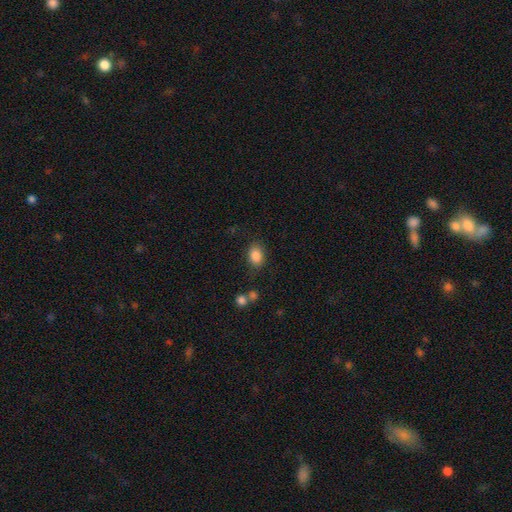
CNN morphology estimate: Q: Smooth or featured?
A: smooth (86%); runner-up: star or artifact (9%)
Q: How rounded?
A: in between (73%); runner-up: round (26%)
Q: Merging?
A: none (78%); runner-up: minor disturbance (14%)